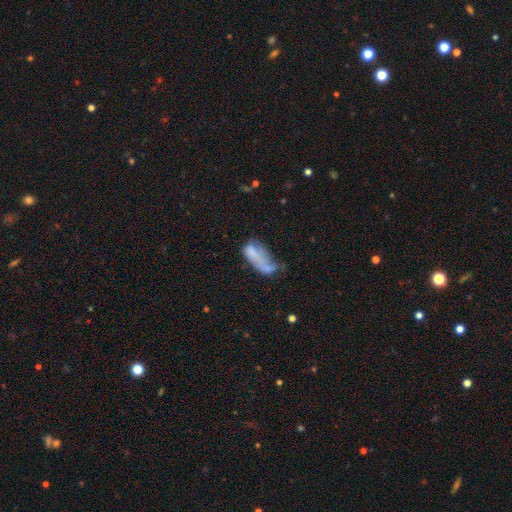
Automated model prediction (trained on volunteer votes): Q: Smooth or featured?
A: smooth (59%); runner-up: featured or disk (29%)
Q: How rounded?
A: in between (80%); runner-up: cigar-shaped (16%)
Q: Merging?
A: major disturbance (36%); runner-up: merger (24%)